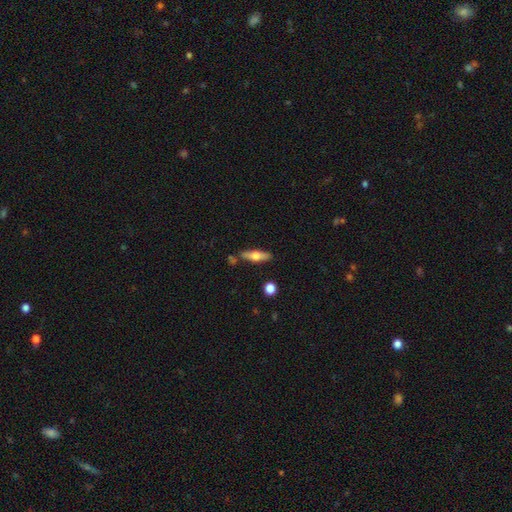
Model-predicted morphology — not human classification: type=smooth (51%); roundness=cigar-shaped (62%); merging=none (78%).